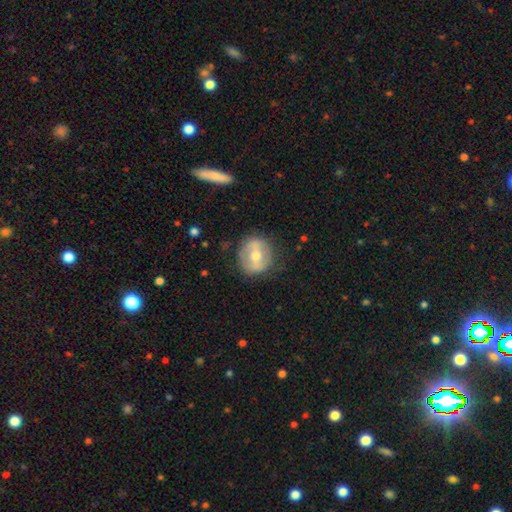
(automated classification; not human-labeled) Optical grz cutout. It shows a featured or disk galaxy (57%) with a strong bar (44%), no spiral arms (67%) and a moderate central bulge (68%). Merging: none (79%).